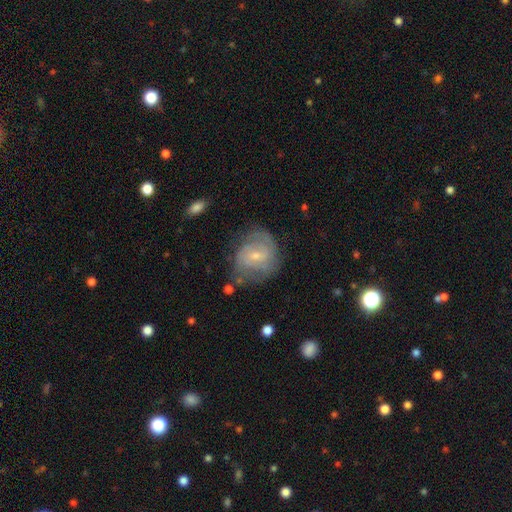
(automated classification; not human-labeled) This is likely a featured or disk galaxy (69%). It is clearly not viewed edge-on (97%). Bar: possibly weak (54%). Spiral arm pattern: clearly yes (86%). Spiral arm count: marginally 2 (43%). Spiral winding: marginally tight (44%). Central bulge: likely small (66%). Merging: likely none (63%).